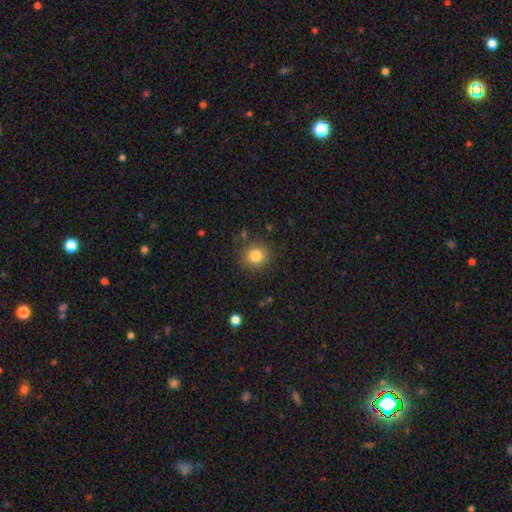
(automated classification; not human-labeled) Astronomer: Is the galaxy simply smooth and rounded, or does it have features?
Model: smooth — 82%.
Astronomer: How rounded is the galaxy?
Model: round — 88%.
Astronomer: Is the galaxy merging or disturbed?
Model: none — 86%.